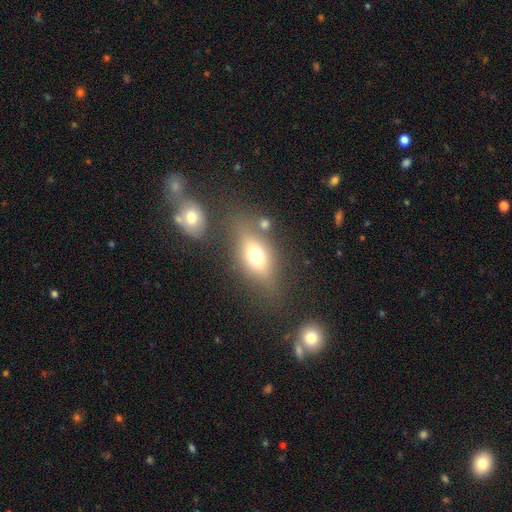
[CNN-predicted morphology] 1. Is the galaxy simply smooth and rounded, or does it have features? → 62% smooth, 25% featured or disk, 12% star or artifact.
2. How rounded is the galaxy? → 73% in between, 18% round, 9% cigar-shaped.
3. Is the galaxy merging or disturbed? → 67% none, 15% minor disturbance, 9% merger, 8% major disturbance.